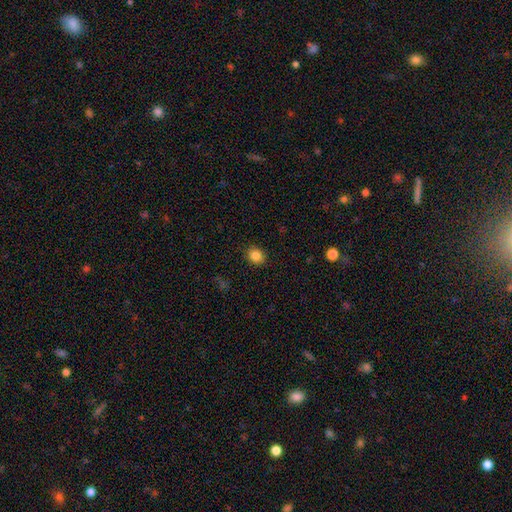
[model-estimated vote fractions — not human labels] Smooth or featured? smooth (85%)
How rounded? round (69%)
Merging? none (89%)